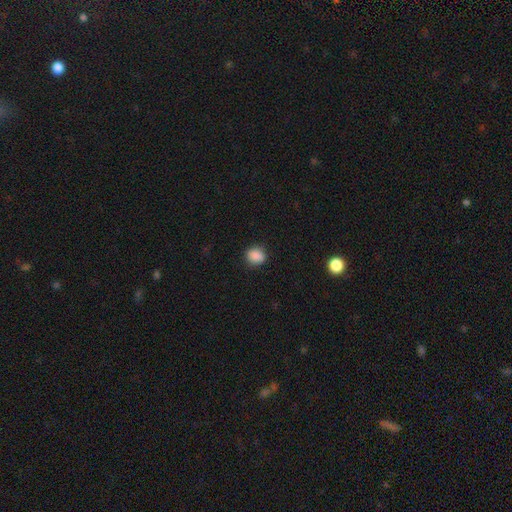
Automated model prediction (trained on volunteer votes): Smooth or featured?
  - smooth: 88% *
  - star or artifact: 9%
  - featured or disk: 3%
How rounded?
  - round: 64% *
  - in between: 35%
  - cigar-shaped: 1%
Merging?
  - none: 85% *
  - minor disturbance: 12%
  - major disturbance: 3%
  - merger: 1%